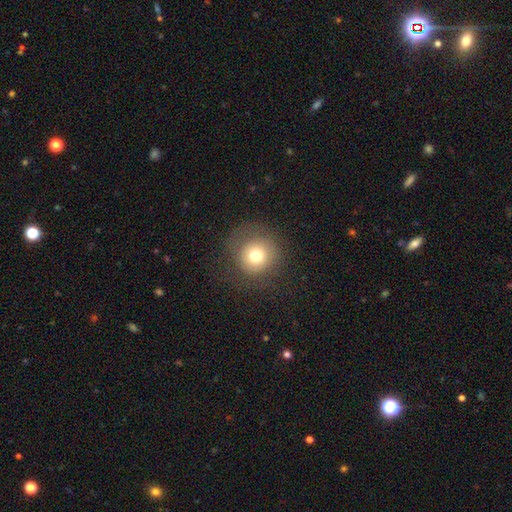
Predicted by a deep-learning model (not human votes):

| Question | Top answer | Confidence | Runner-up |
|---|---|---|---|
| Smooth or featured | smooth | 73% | featured or disk (14%) |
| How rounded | round | 93% | in between (6%) |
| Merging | none | 76% | minor disturbance (13%) |